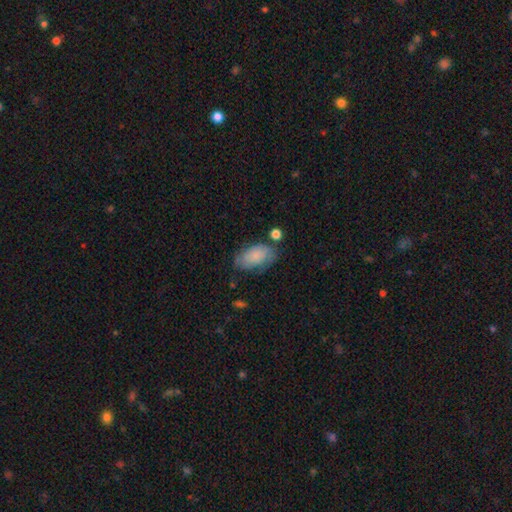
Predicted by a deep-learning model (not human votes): Q: Smooth or featured?
A: smooth (74%); runner-up: featured or disk (19%)
Q: How rounded?
A: in between (93%); runner-up: round (5%)
Q: Merging?
A: none (61%); runner-up: minor disturbance (25%)